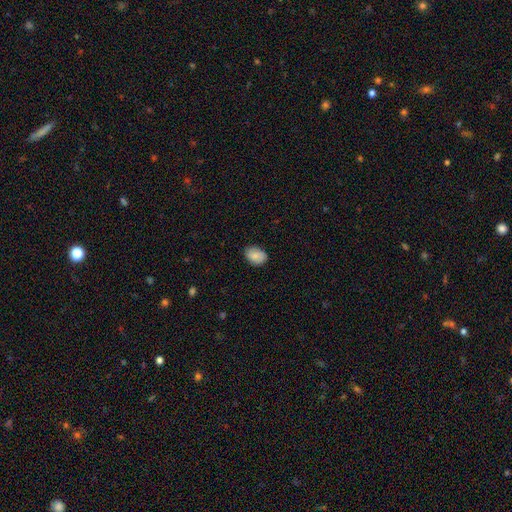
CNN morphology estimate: Smooth or featured?
  - smooth: 80% *
  - featured or disk: 12%
  - star or artifact: 7%
How rounded?
  - in between: 71% *
  - round: 28%
  - cigar-shaped: 1%
Merging?
  - none: 82% *
  - minor disturbance: 14%
  - major disturbance: 3%
  - merger: 1%